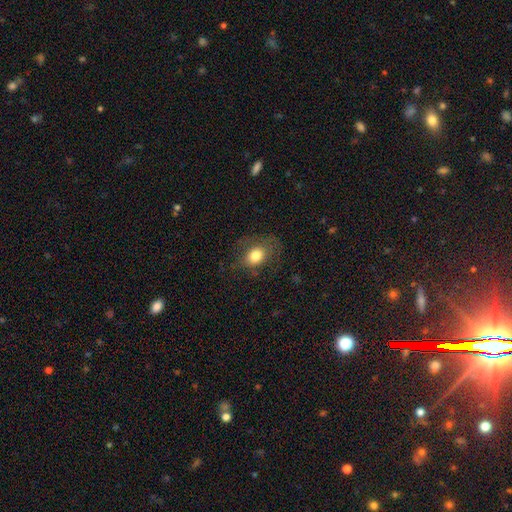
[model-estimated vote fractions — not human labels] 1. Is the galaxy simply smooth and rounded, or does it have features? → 75% smooth, 15% featured or disk, 10% star or artifact.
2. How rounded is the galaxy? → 65% in between, 33% round, 1% cigar-shaped.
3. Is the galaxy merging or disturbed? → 65% none, 20% minor disturbance, 13% major disturbance, 1% merger.